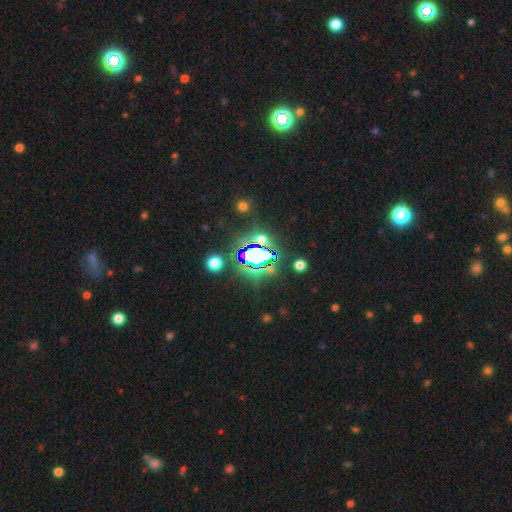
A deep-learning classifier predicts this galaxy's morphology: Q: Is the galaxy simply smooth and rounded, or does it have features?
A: star or artifact — 66%.